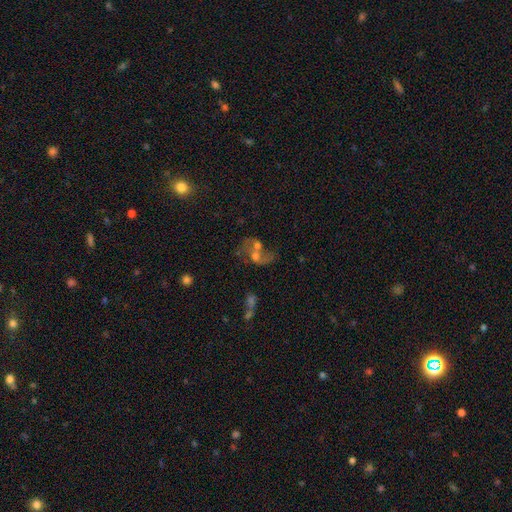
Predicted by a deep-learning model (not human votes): A featured or disk galaxy (52%) with no bar (79%), spiral arms (50%, tied with no) and a moderate central bulge (49%).

Vote fractions:
- Smooth or featured? featured or disk: 52% / smooth: 34% / star or artifact: 14%
- Edge-on disk? no: 97% / yes: 3%
- Bar? no: 79% / weak: 17% / strong: 4%
- Spiral arms? yes: 50% (tied) / no: 50% (tied)
- Bulge size? moderate: 49% / small: 20% / large: 15% / none: 13% / dominant: 3%
- Merging? merger: 61% / none: 18% / major disturbance: 14% / minor disturbance: 8%